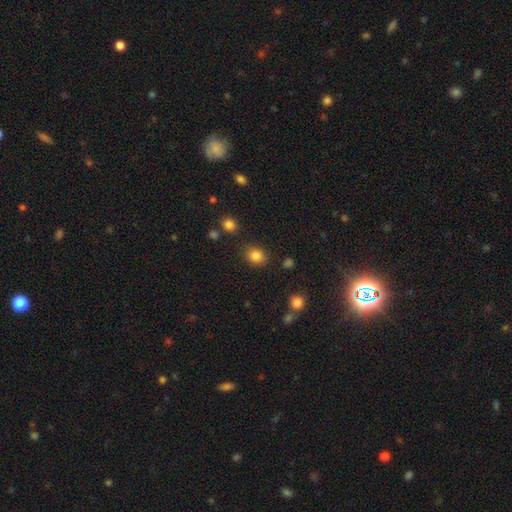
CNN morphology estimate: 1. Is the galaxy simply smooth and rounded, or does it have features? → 84% smooth, 11% star or artifact, 5% featured or disk.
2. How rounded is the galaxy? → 62% round, 37% in between, 1% cigar-shaped.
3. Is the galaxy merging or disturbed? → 84% none, 10% minor disturbance, 3% major disturbance, 3% merger.